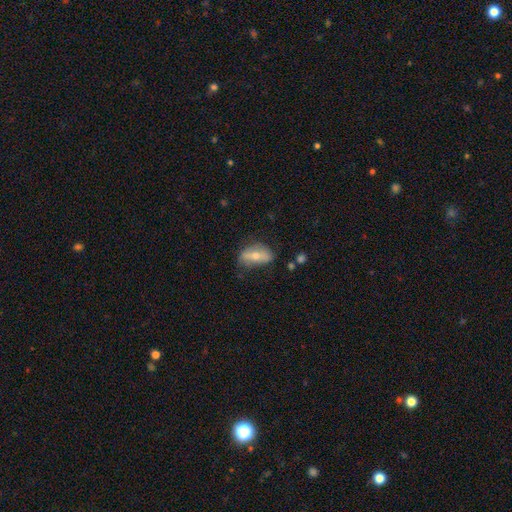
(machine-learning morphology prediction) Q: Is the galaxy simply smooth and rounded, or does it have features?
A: smooth — 55%.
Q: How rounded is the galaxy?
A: in between — 84%.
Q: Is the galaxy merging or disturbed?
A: none — 60%.